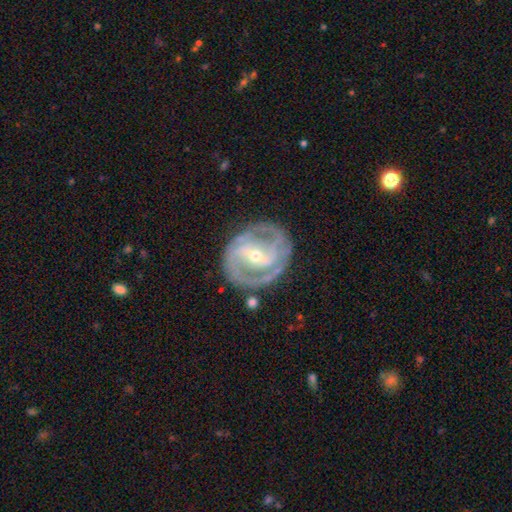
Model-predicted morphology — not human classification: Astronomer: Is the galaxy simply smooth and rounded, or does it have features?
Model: featured or disk — 88%.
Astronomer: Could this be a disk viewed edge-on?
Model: no — 97%.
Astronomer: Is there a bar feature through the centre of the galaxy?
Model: strong — 47% (runner-up: weak, 36%).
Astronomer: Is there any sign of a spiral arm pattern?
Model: yes — 93%.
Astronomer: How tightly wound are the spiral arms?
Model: medium — 44%, tied with tight at 44%.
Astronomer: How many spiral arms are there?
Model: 2 — 73%.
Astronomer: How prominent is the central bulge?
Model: small — 58% (runner-up: moderate, 39%).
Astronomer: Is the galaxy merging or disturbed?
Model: none — 76%.